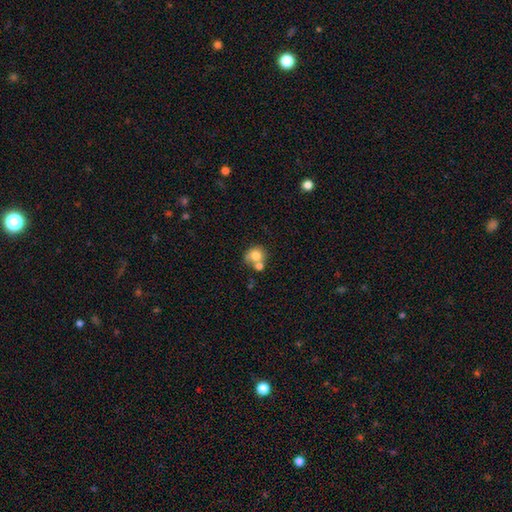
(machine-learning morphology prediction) smooth 74%, featured or disk 16%, star or artifact 9%. Down the decision tree: how rounded — round (78%); merging — merger (45%).